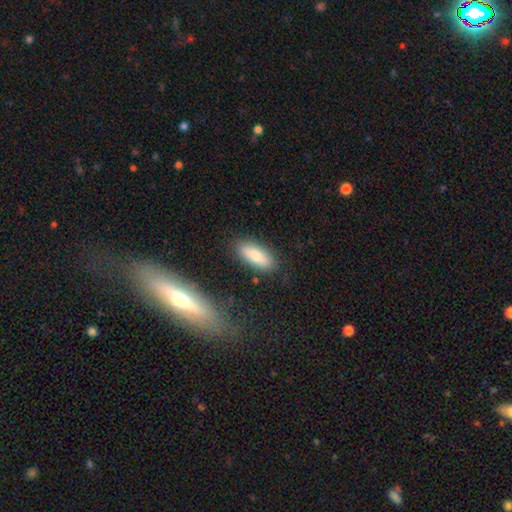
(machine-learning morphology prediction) smooth-or-featured: smooth: 81% | featured or disk: 12% | star or artifact: 7%
  how-rounded: in between: 76% | cigar-shaped: 22% | round: 2%
  merging: none: 82% | minor disturbance: 12% | major disturbance: 3% | merger: 3%